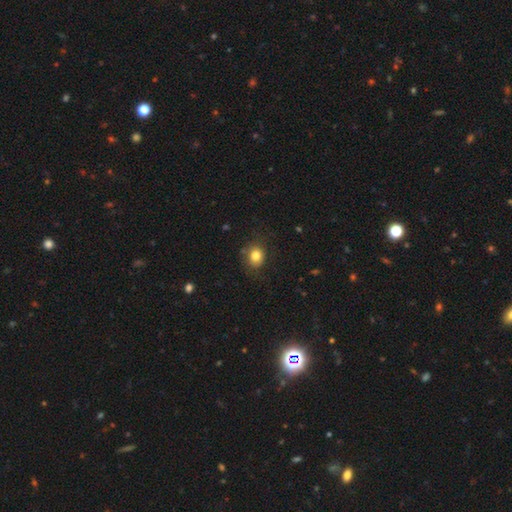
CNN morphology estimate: Smooth or featured? smooth (81%)
How rounded? round (65%)
Merging? none (79%)